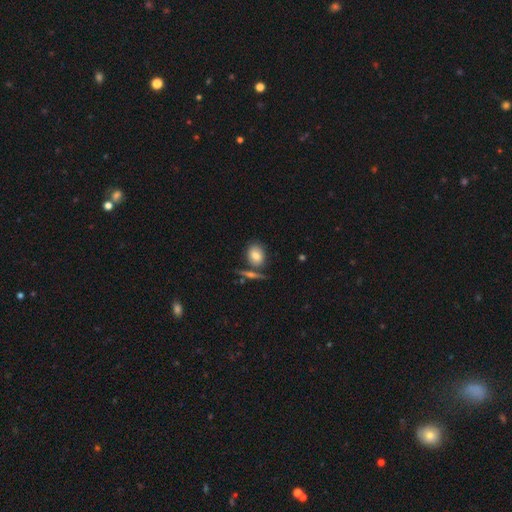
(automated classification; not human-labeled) smooth-or-featured: smooth: 77% | featured or disk: 15% | star or artifact: 8%
  how-rounded: in between: 55% | round: 43% | cigar-shaped: 3%
  merging: none: 64% | merger: 17% | minor disturbance: 14% | major disturbance: 5%